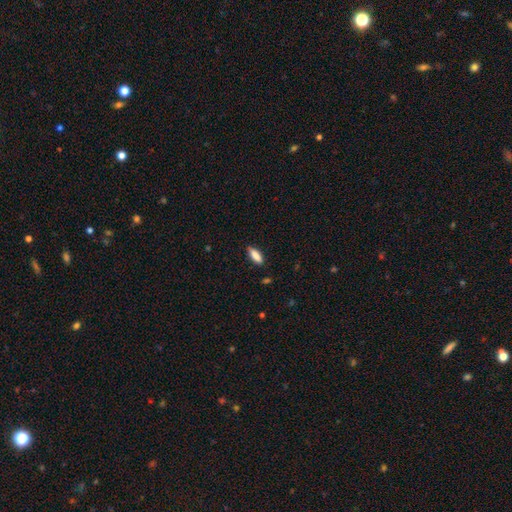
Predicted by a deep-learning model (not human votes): smooth-or-featured: smooth: 87% | featured or disk: 7% | star or artifact: 6%
  how-rounded: in between: 66% | cigar-shaped: 32% | round: 2%
  merging: none: 85% | minor disturbance: 12% | major disturbance: 2% | merger: 1%